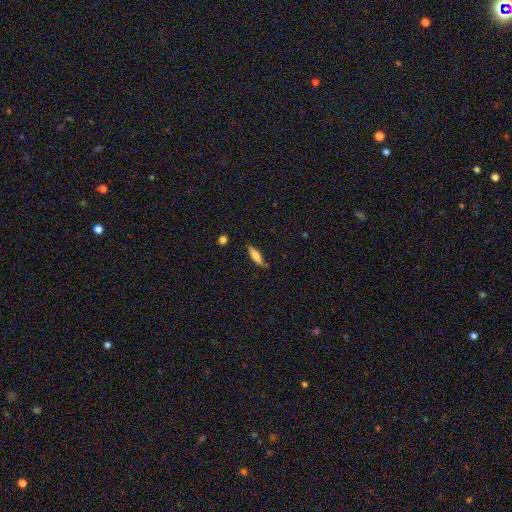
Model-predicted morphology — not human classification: type=smooth (66%); roundness=cigar-shaped (59%); merging=none (79%).